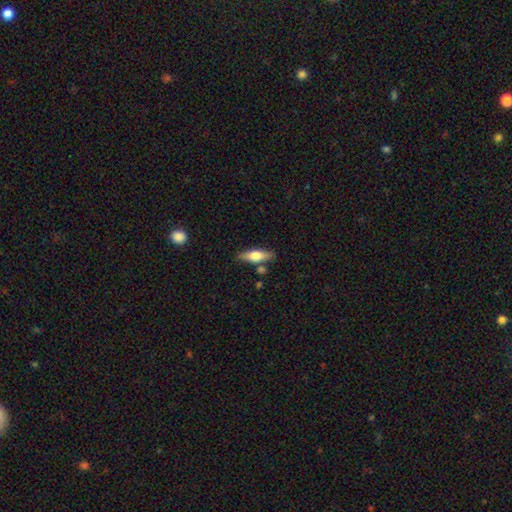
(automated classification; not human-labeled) A smooth galaxy with no disk features (57%) that is in between round and cigar-shaped (49%). Merging: none (79%).